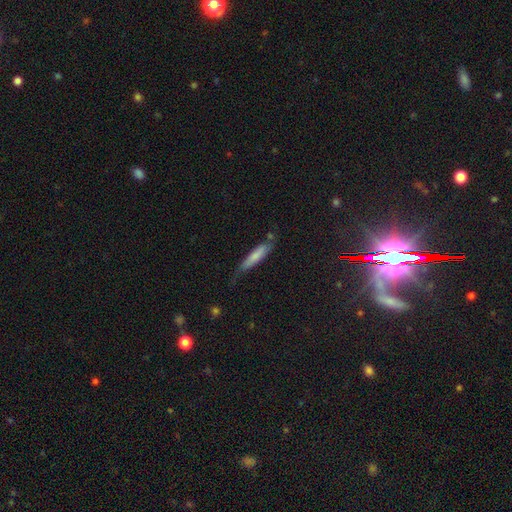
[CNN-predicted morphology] type=smooth (71%); roundness=cigar-shaped (86%); merging=none (58%).